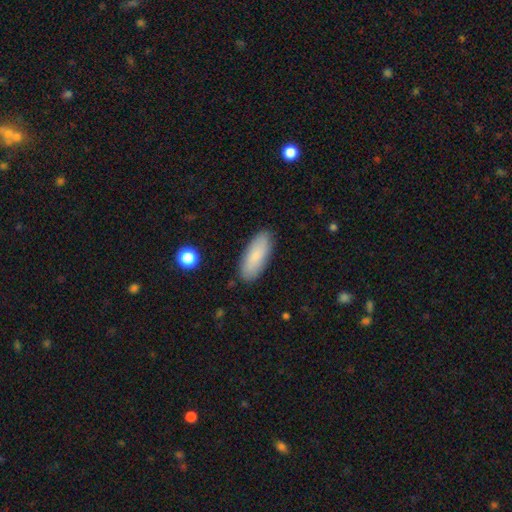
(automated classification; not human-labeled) Smooth or featured: smooth — 83% (featured or disk — 11%)
How rounded: in between — 77% (cigar-shaped — 22%)
Merging: none — 87% (minor disturbance — 9%)